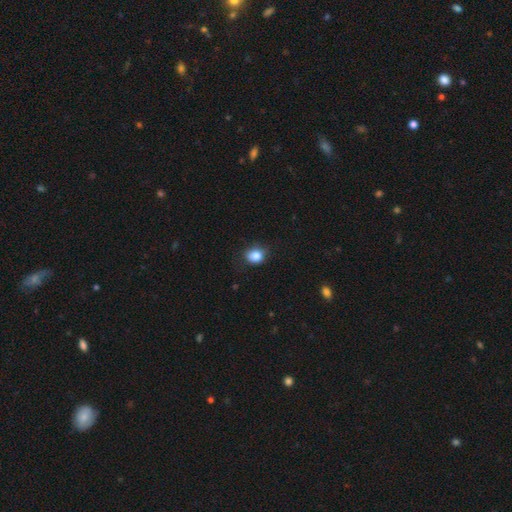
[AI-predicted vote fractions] Q: Smooth or featured?
A: smooth (85%); runner-up: star or artifact (10%)
Q: How rounded?
A: round (60%); runner-up: in between (39%)
Q: Merging?
A: none (77%); runner-up: minor disturbance (18%)